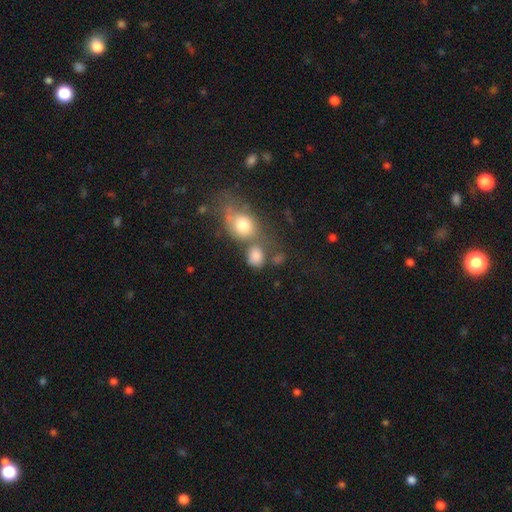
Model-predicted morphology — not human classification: Smooth or featured?
  - smooth: 80% *
  - star or artifact: 11%
  - featured or disk: 10%
How rounded?
  - round: 55% *
  - in between: 43%
  - cigar-shaped: 2%
Merging?
  - merger: 40% *
  - none: 38%
  - minor disturbance: 13%
  - major disturbance: 9%